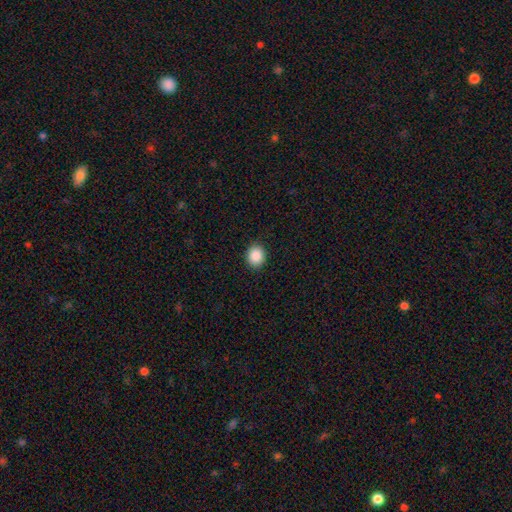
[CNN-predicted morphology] smooth_or_featured: smooth (p=0.88) [alt: star or artifact p=0.08]
how_rounded: round (p=0.70) [alt: in between p=0.29]
merging: none (p=0.90) [alt: minor disturbance p=0.07]